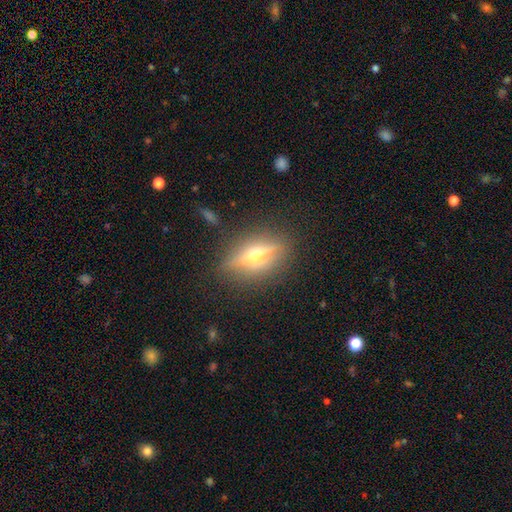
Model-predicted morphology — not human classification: Smooth or featured? Predicted: featured or disk (p=0.68). Edge-on disk? Predicted: yes (p=0.86). Edge-on bulge? Predicted: rounded (p=0.95). Merging? Predicted: none (p=0.84).